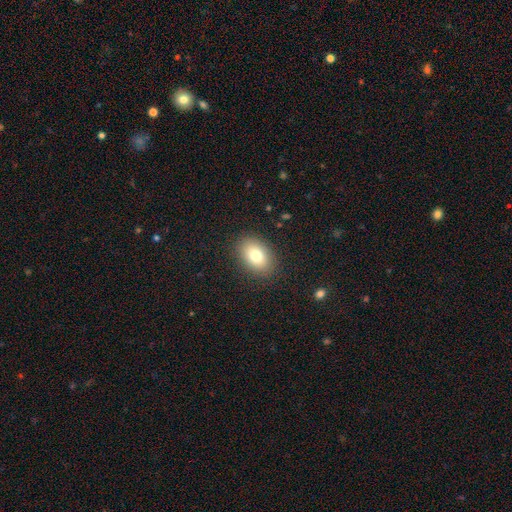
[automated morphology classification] Smooth or featured: smooth — 79% (featured or disk — 12%)
How rounded: in between — 82% (round — 17%)
Merging: none — 88% (minor disturbance — 8%)